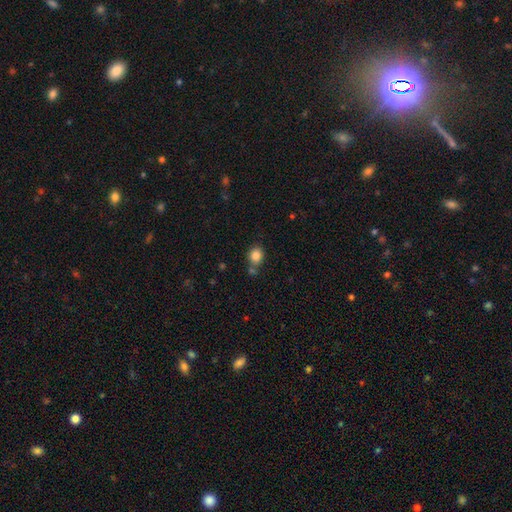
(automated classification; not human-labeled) Smooth or featured? smooth (84%)
How rounded? round (64%)
Merging? none (65%)